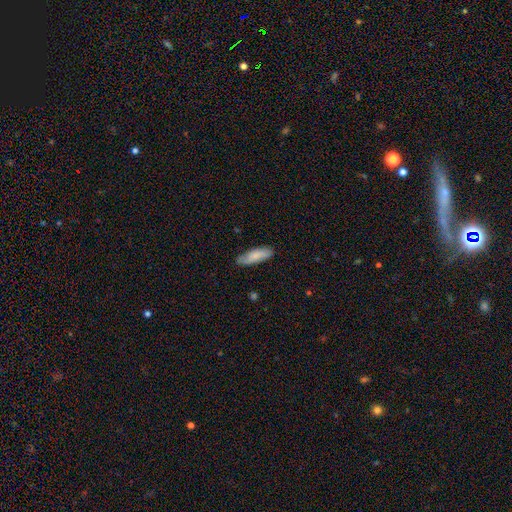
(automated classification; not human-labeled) Q: Smooth or featured?
A: smooth (79%); runner-up: featured or disk (15%)
Q: How rounded?
A: in between (56%); runner-up: cigar-shaped (43%)
Q: Merging?
A: none (79%); runner-up: minor disturbance (17%)